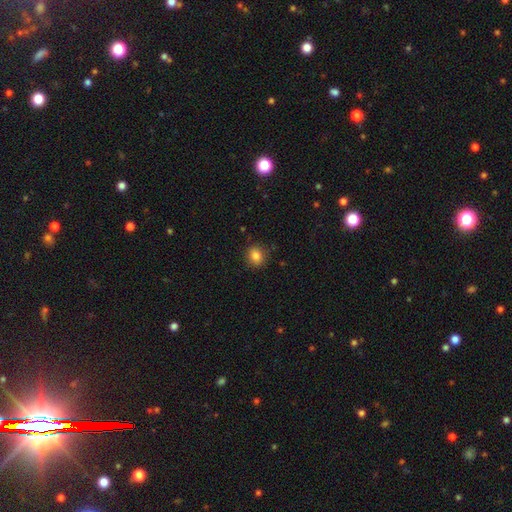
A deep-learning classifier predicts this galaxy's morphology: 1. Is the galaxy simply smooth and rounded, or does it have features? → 84% smooth, 11% star or artifact, 6% featured or disk.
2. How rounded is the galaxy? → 69% round, 30% in between, 1% cigar-shaped.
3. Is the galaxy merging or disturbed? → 85% none, 11% minor disturbance, 3% major disturbance, 1% merger.